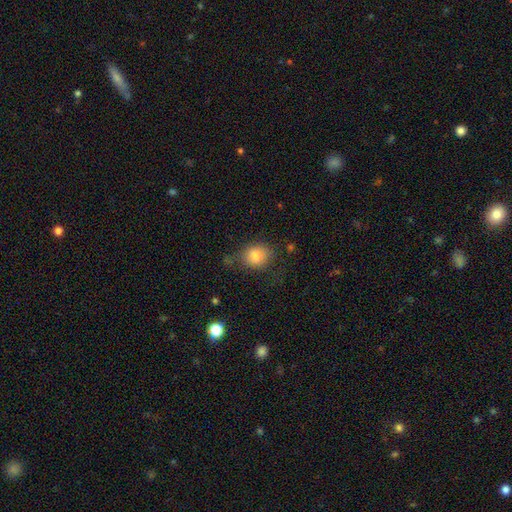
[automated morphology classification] smooth_or_featured: smooth (p=0.81) [alt: star or artifact p=0.10]
how_rounded: round (p=0.60) [alt: in between p=0.39]
merging: none (p=0.62) [alt: minor disturbance p=0.24]